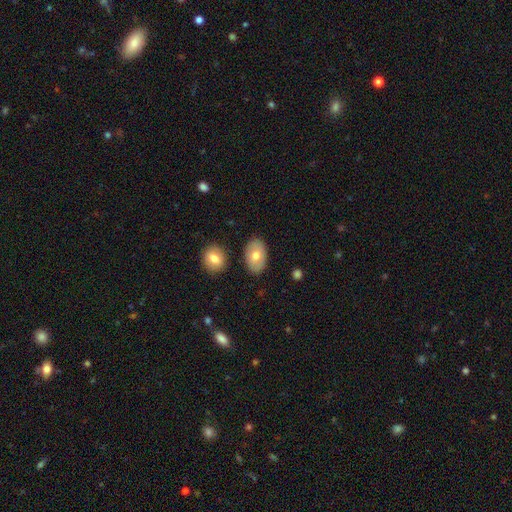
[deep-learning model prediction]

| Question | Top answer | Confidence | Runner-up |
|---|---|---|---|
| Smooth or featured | smooth | 72% | featured or disk (21%) |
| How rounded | in between | 90% | round (9%) |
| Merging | none | 83% | minor disturbance (10%) |